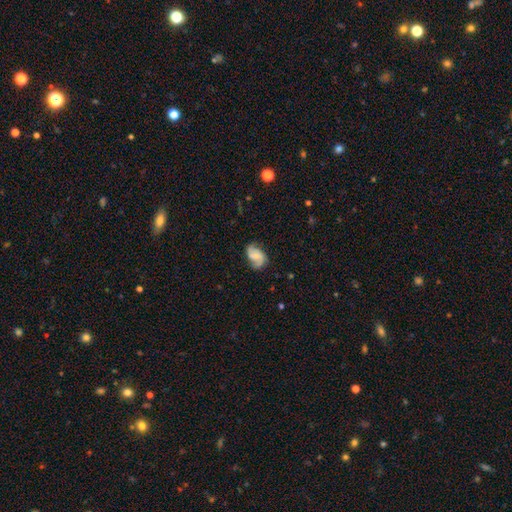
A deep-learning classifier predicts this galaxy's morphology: A featured or disk galaxy (63%) with no bar (46%), 2 (84%) loose (42%) spiral arms (92%) and no central bulge (44%).

Vote fractions:
- Smooth or featured? featured or disk: 63% / smooth: 29% / star or artifact: 8%
- Edge-on disk? no: 97% / yes: 3%
- Bar? no: 46% / weak: 41% / strong: 13%
- Spiral arms? yes: 92% / no: 8%
- Spiral winding? loose: 42% / medium: 40% / tight: 18%
- Spiral arm count? 2: 84% / can't tell: 6% / 1: 5% / 3: 3% / 4: 1% / more than 4: 1%
- Bulge size? none: 44% / small: 33% / moderate: 18% / large: 4% / dominant: 2%
- Merging? none: 65% / minor disturbance: 24% / major disturbance: 9% / merger: 2%